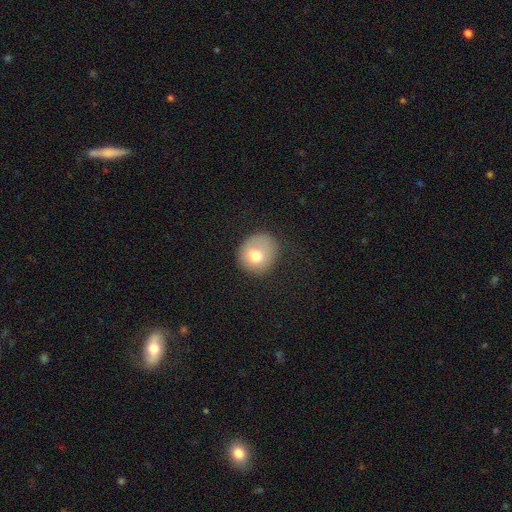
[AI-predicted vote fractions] Smooth or featured? smooth (75%)
How rounded? round (78%)
Merging? none (59%)